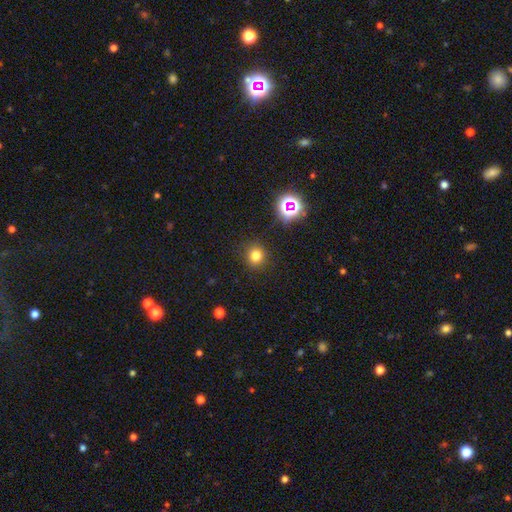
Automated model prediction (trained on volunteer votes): The model was most divided on "smooth or featured": smooth: 76%, star or artifact: 18%, featured or disk: 6%. More confident: merging — none (89%); how rounded — round (88%).